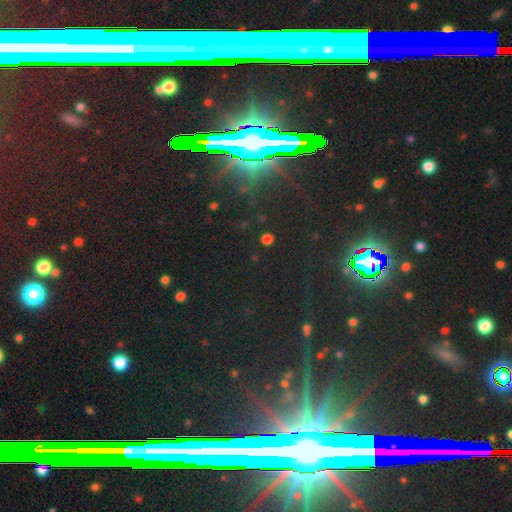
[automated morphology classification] Smooth or featured? Predicted: star or artifact (p=0.81).